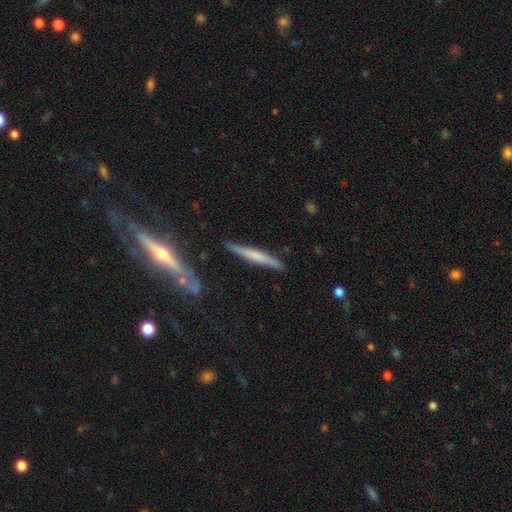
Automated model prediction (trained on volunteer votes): Smooth or featured? featured or disk (52%)
Edge-on disk? yes (95%)
Merging? none (82%)